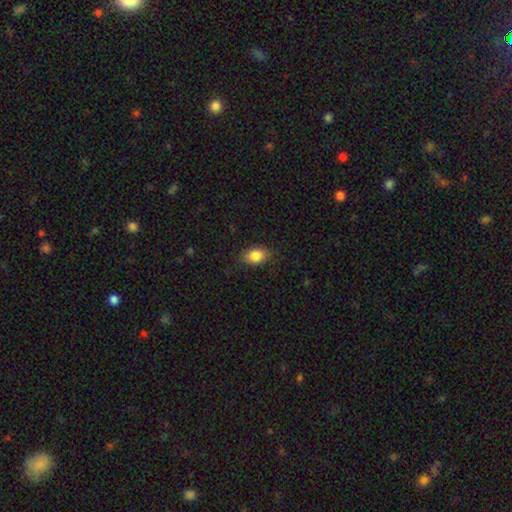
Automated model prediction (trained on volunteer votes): Q: Smooth or featured?
A: smooth (86%); runner-up: star or artifact (8%)
Q: How rounded?
A: in between (78%); runner-up: round (20%)
Q: Merging?
A: none (85%); runner-up: minor disturbance (11%)